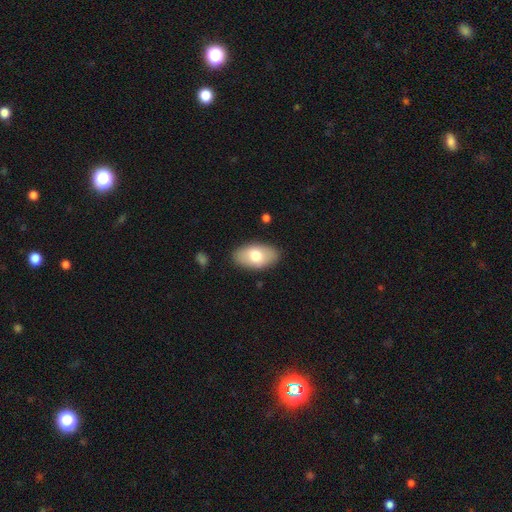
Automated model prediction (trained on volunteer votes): Smooth or featured? Predicted: smooth (p=0.72). How rounded? Predicted: in between (p=0.94). Merging? Predicted: none (p=0.86).